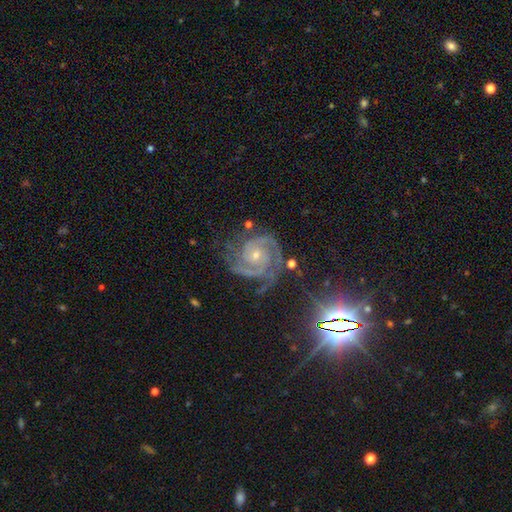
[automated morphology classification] A featured or disk galaxy (89%) with no bar (73%), 2 (42%) tight (66%) spiral arms (98%) and a small central bulge (64%). Merging: none (67%).